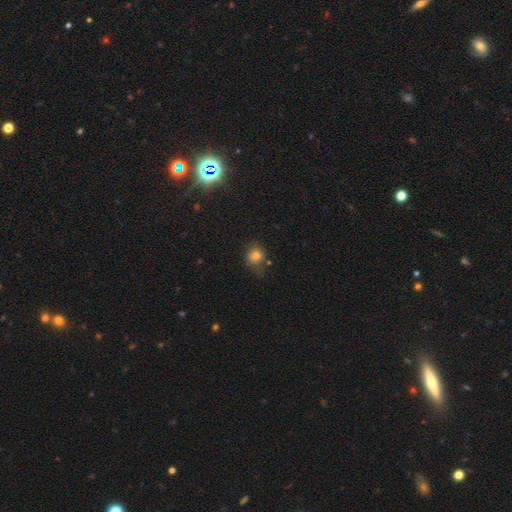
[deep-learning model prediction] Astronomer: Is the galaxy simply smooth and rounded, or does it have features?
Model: smooth — 76%.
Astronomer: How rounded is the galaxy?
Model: round — 58% (runner-up: in between, 40%).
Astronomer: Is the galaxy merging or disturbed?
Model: none — 50% (runner-up: minor disturbance, 29%).